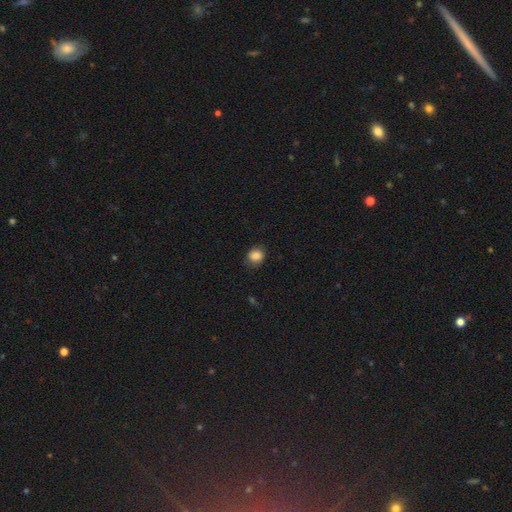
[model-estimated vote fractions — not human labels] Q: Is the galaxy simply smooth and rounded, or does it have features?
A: smooth — 85%.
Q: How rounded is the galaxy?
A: round — 68%.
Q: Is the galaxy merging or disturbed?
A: none — 75%.